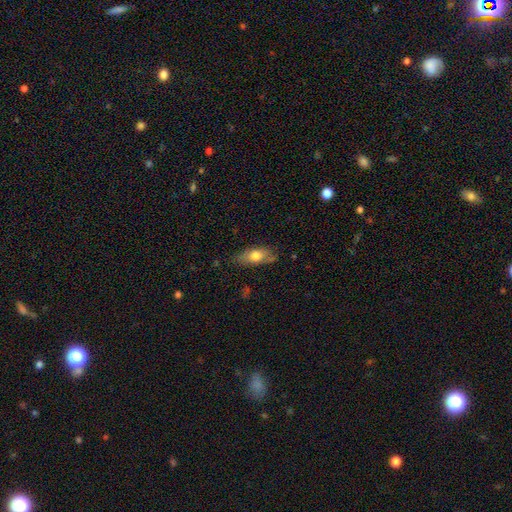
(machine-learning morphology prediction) type=smooth (68%); roundness=in between (76%); merging=none (73%).